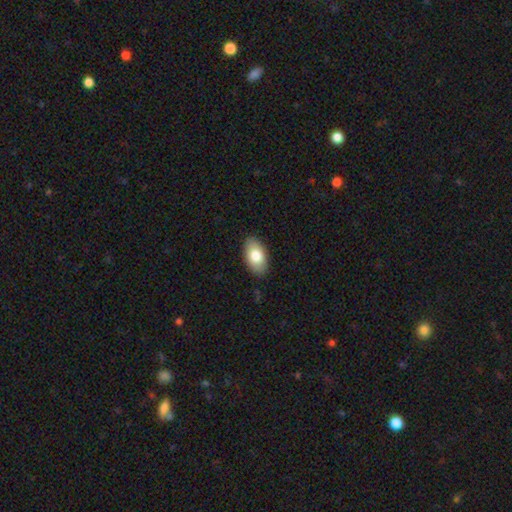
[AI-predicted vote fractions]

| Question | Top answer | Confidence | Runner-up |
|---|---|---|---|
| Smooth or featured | smooth | 79% | featured or disk (14%) |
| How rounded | in between | 93% | round (5%) |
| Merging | none | 88% | minor disturbance (9%) |